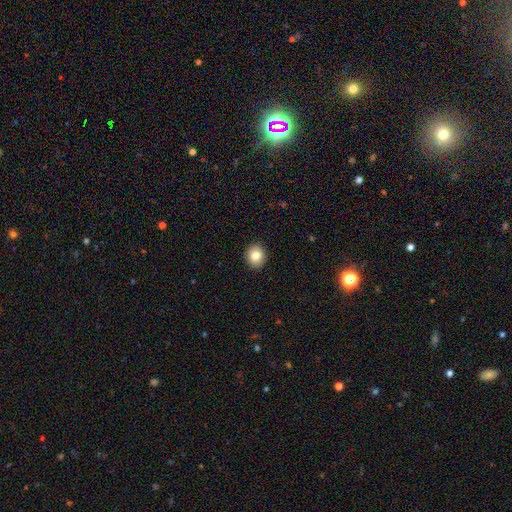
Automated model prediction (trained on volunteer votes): This is clearly a smooth galaxy (82%). How rounded: likely round (79%). Merging: clearly none (92%).